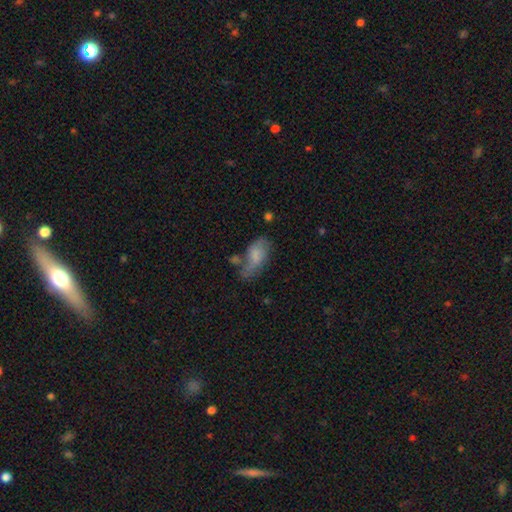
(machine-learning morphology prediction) This appears to be a smooth galaxy with no disk features (60%) that is in between round and cigar-shaped (89%). Merging: none (39%).